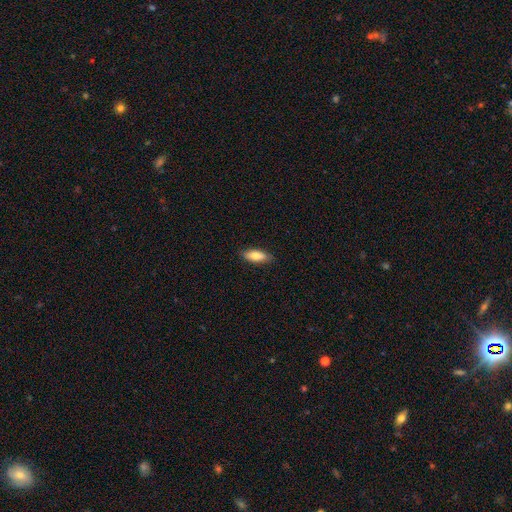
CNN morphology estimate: smooth_or_featured: smooth (p=0.78) [alt: featured or disk p=0.16]
how_rounded: in between (p=0.69) [alt: cigar-shaped p=0.29]
merging: none (p=0.87) [alt: minor disturbance p=0.10]